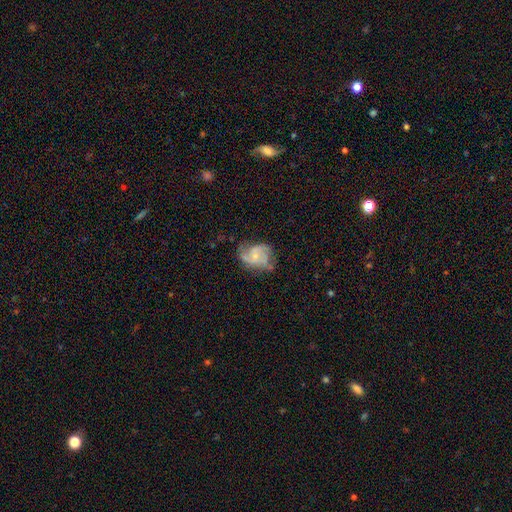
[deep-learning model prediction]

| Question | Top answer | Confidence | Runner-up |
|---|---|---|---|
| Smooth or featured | featured or disk | 72% | smooth (21%) |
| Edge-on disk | no | 98% | yes (2%) |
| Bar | no | 70% | weak (26%) |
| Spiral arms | yes | 90% | no (10%) |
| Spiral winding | medium | 48% | loose (29%) |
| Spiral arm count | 2 | 51% | 3 (22%) |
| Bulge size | small | 66% | moderate (26%) |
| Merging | none | 53% | minor disturbance (28%) |